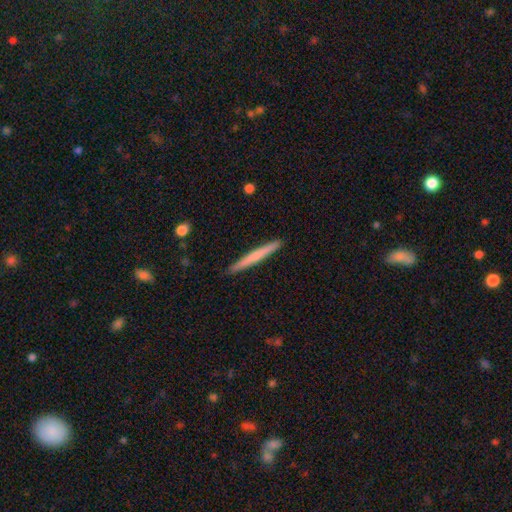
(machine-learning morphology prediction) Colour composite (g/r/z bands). It shows a smooth galaxy with no disk features (61%) that is cigar-shaped (97%). Merging: none (92%).